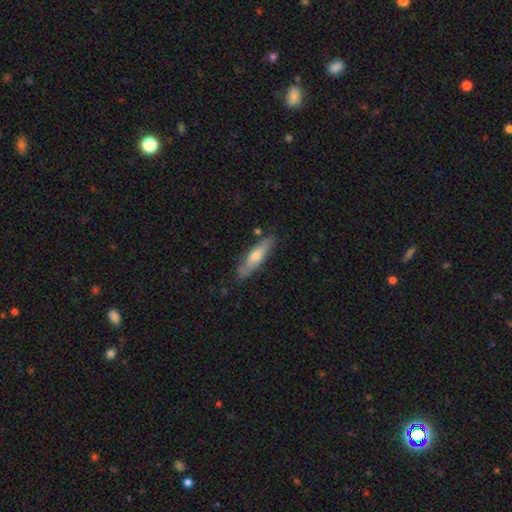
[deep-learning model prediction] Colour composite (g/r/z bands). It shows a smooth galaxy with no disk features (55%) that is cigar-shaped (77%). Merging: none (79%).